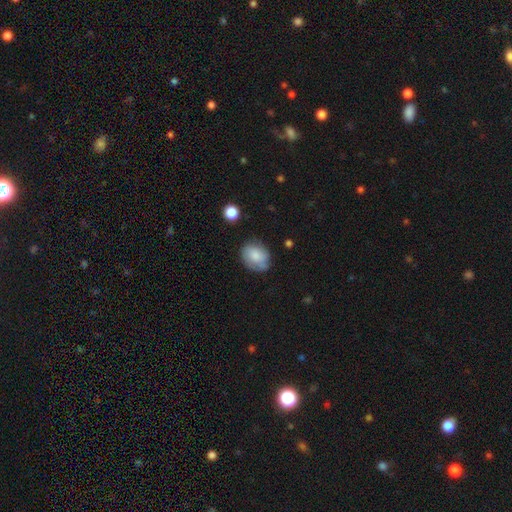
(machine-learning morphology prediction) This is likely a smooth galaxy (75%). How rounded: possibly in between (50%). Merging: likely none (64%).